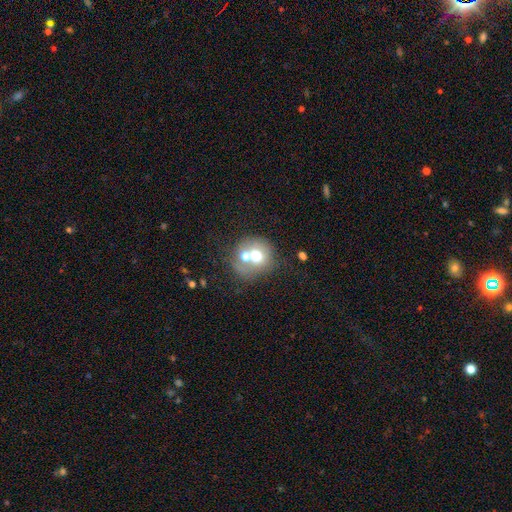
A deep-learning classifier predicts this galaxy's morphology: This appears to be a smooth galaxy with no disk features (61%) that is round (81%). Merging: merger (46%).